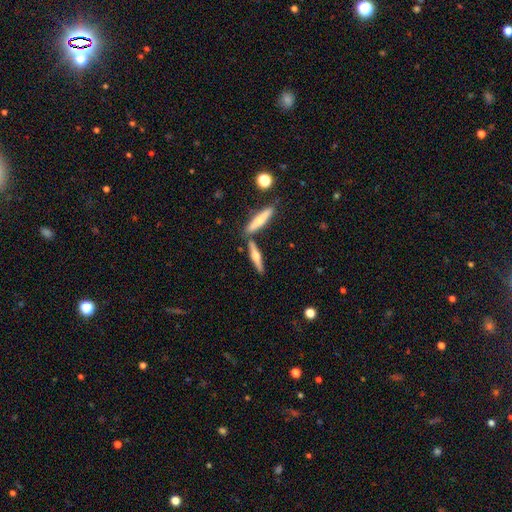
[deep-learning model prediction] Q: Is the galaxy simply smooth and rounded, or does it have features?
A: featured or disk — 58%.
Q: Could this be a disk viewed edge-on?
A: yes — 96%.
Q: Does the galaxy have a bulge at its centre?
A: rounded — 90%.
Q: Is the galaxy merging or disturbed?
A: none — 74%.